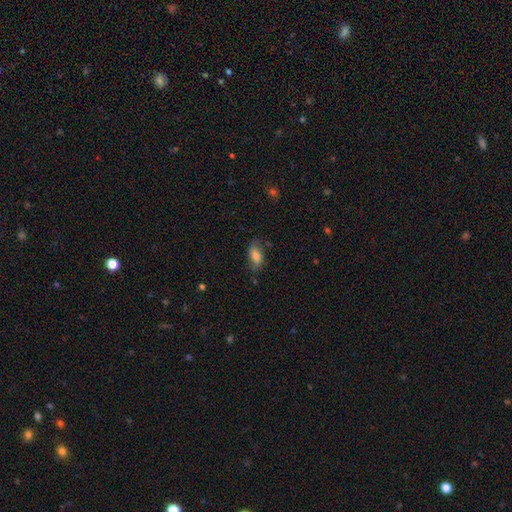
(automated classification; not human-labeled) This is likely a smooth galaxy (66%). How rounded: clearly in between (85%). Merging: likely none (63%).